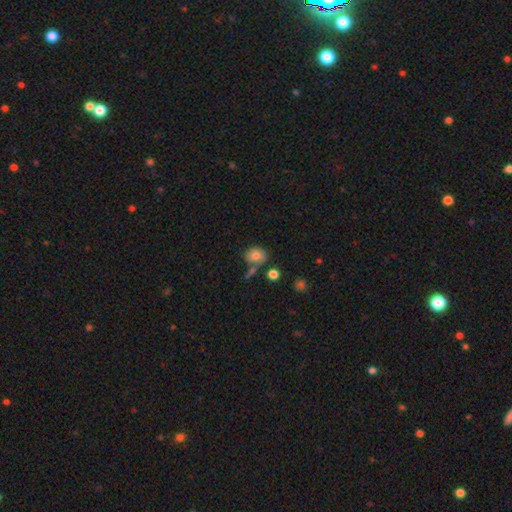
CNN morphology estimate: This is likely a smooth galaxy (75%). How rounded: possibly in between (50%). Merging: possibly none (53%).